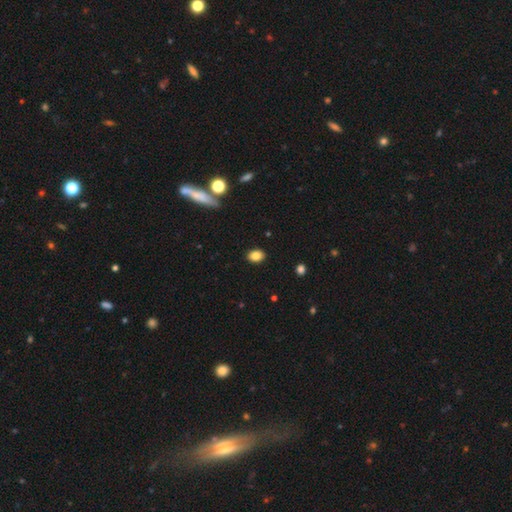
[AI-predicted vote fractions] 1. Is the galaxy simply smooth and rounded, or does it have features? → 85% smooth, 10% star or artifact, 5% featured or disk.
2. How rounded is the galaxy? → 70% in between, 29% round, 1% cigar-shaped.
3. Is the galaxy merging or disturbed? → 89% none, 8% minor disturbance, 2% major disturbance, 1% merger.